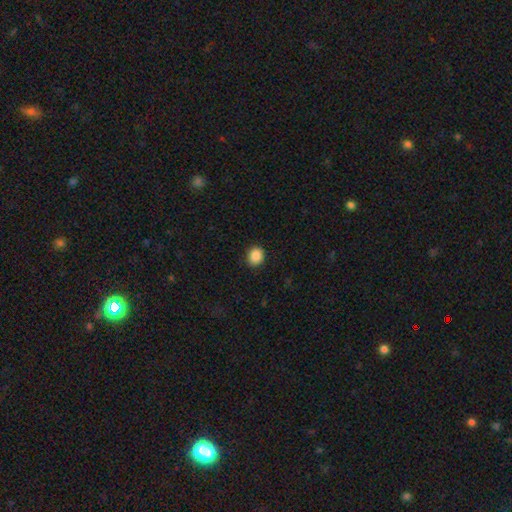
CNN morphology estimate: Smooth or featured? smooth (88%)
How rounded? round (75%)
Merging? none (89%)